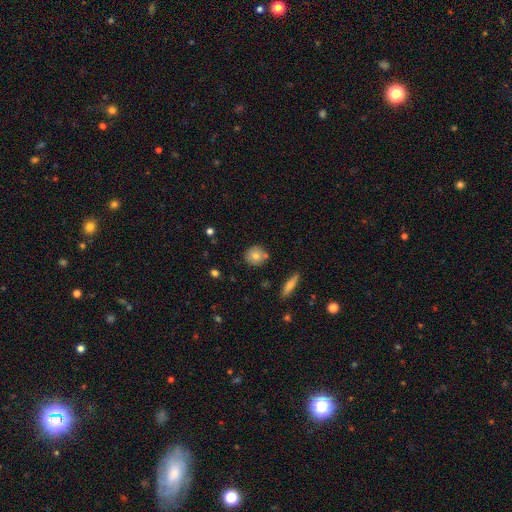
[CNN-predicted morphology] smooth 72%, featured or disk 18%, star or artifact 9%. Down the decision tree: how rounded — round (88%); merging — none (80%).